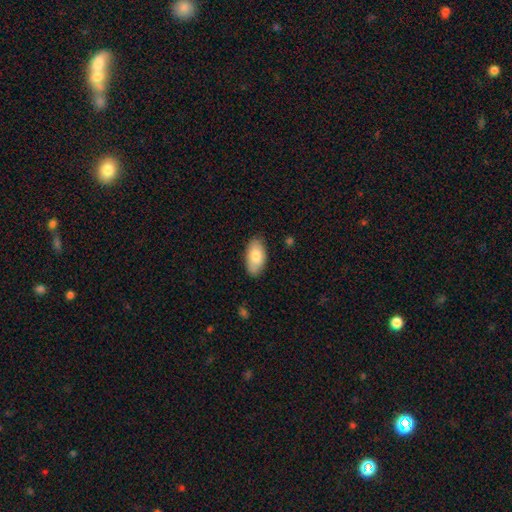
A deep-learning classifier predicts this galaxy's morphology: type=smooth (79%); roundness=in between (94%); merging=none (82%).